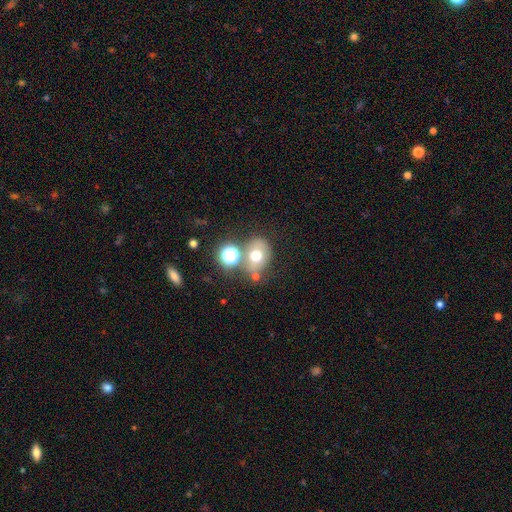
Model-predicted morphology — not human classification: Smooth or featured? Predicted: smooth (p=0.62). How rounded? Predicted: round (p=0.53). Merging? Predicted: none (p=0.59).